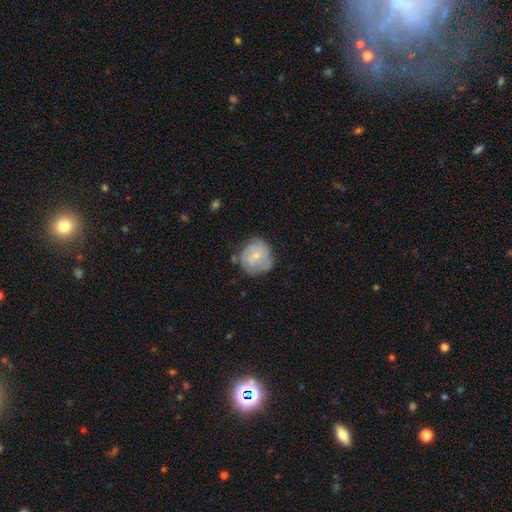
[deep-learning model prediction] A featured or disk galaxy (54%) with no bar (72%), spiral arms (77%) and a small central bulge (63%).

Vote fractions:
- Smooth or featured? featured or disk: 54% / smooth: 39% / star or artifact: 6%
- Edge-on disk? no: 98% / yes: 2%
- Bar? no: 72% / weak: 24% / strong: 4%
- Spiral arms? yes: 77% / no: 23%
- Bulge size? small: 63% / moderate: 32% / none: 2% / large: 1% / dominant: 1%
- Merging? none: 62% / minor disturbance: 26% / major disturbance: 8% / merger: 3%